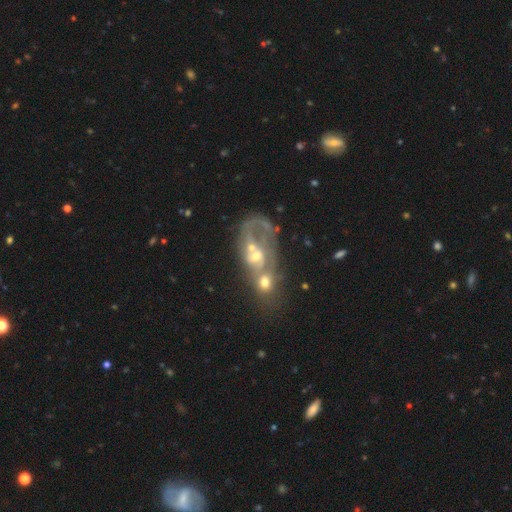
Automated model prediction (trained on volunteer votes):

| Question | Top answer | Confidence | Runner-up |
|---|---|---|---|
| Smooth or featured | featured or disk | 61% | smooth (26%) |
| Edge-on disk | no | 93% | yes (7%) |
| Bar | no | 79% | weak (17%) |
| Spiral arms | no | 60% | yes (40%) |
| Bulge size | moderate | 44% | small (36%) |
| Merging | merger | 72% | major disturbance (11%) |